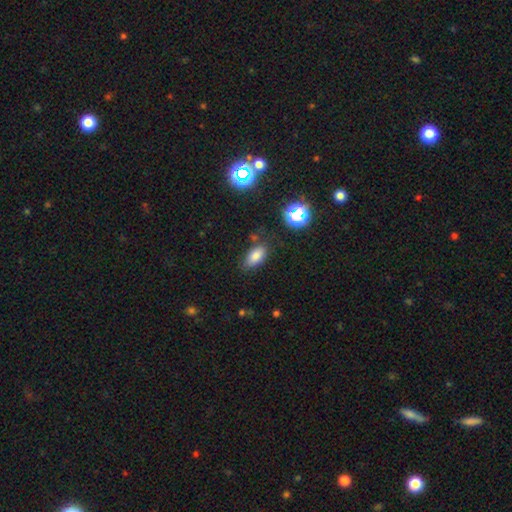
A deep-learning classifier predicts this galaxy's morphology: Smooth or featured? smooth (77%)
How rounded? in between (88%)
Merging? none (76%)